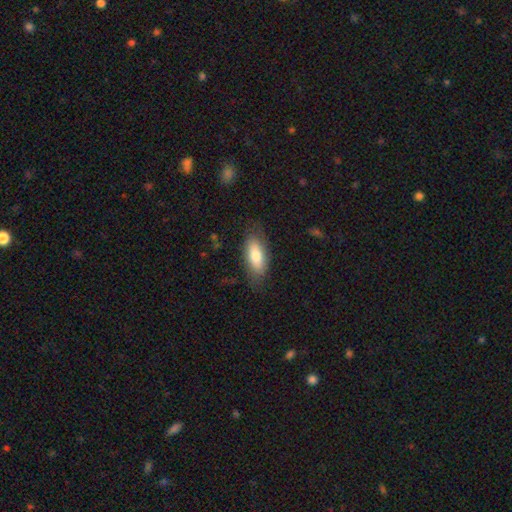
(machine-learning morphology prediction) Smooth or featured?
  - smooth: 73% *
  - featured or disk: 21%
  - star or artifact: 6%
How rounded?
  - in between: 82% *
  - cigar-shaped: 16%
  - round: 2%
Merging?
  - none: 76% *
  - minor disturbance: 18%
  - major disturbance: 6%
  - merger: 1%